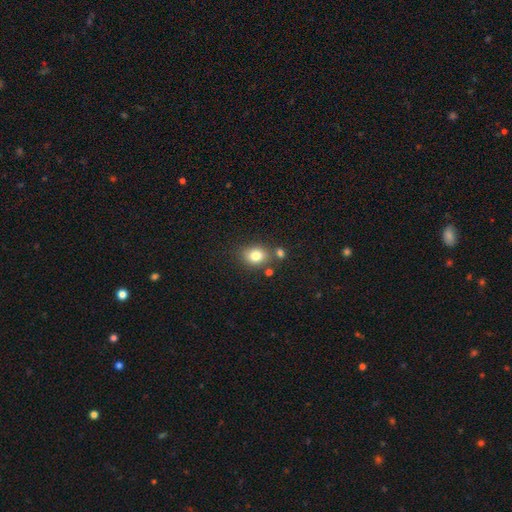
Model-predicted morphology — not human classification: This appears to be a smooth galaxy with no disk features (80%) that is round (53%). Merging: none (70%).